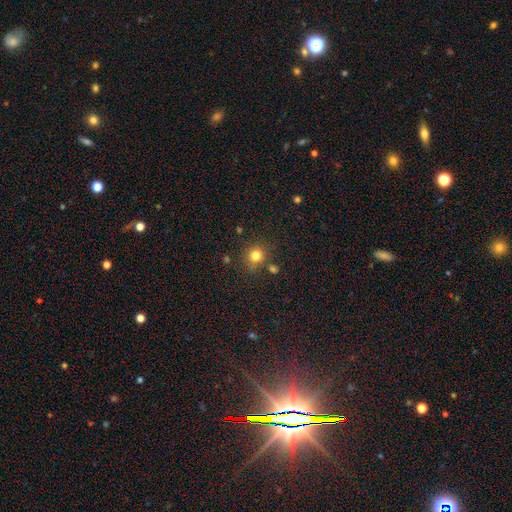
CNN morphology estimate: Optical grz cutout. It shows a smooth galaxy with no disk features (80%) that is round (85%). Merging: none (77%).